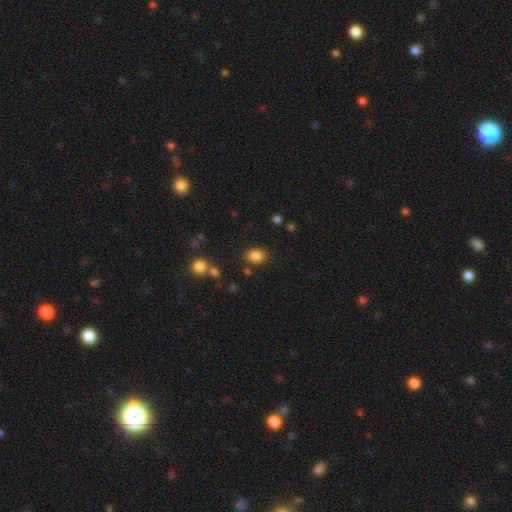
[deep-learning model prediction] A smooth galaxy with no disk features (85%) that is in between round and cigar-shaped (62%).

Vote fractions:
- Smooth or featured? smooth: 85% / star or artifact: 11% / featured or disk: 4%
- How rounded? in between: 62% / round: 37% / cigar-shaped: 1%
- Merging? none: 80% / minor disturbance: 11% / merger: 4% / major disturbance: 4%